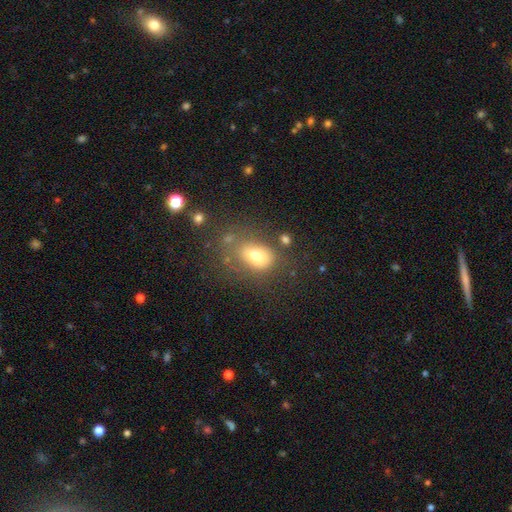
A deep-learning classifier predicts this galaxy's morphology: This appears to be a smooth galaxy with no disk features (72%) that is in between round and cigar-shaped (79%). Merging: none (56%).